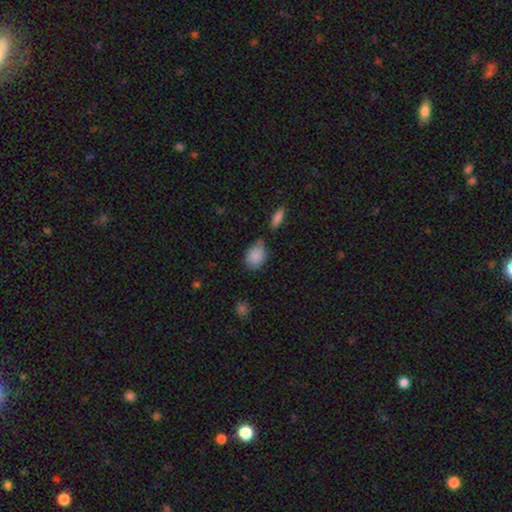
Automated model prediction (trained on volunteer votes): Morphology: type=smooth (87%); roundness=in between (69%); merging=none (57%).